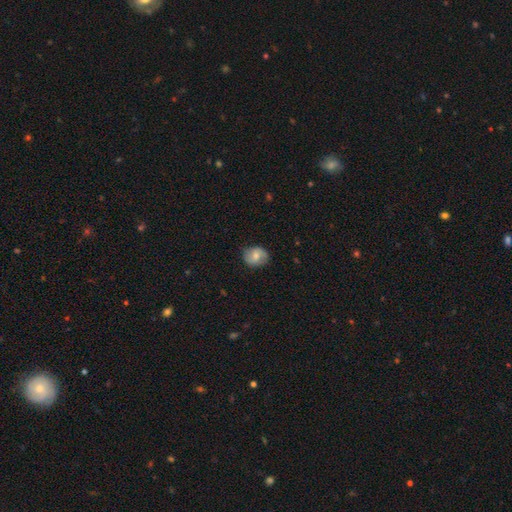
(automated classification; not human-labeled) Morphology: type=smooth (58%); roundness=round (58%); merging=none (76%).